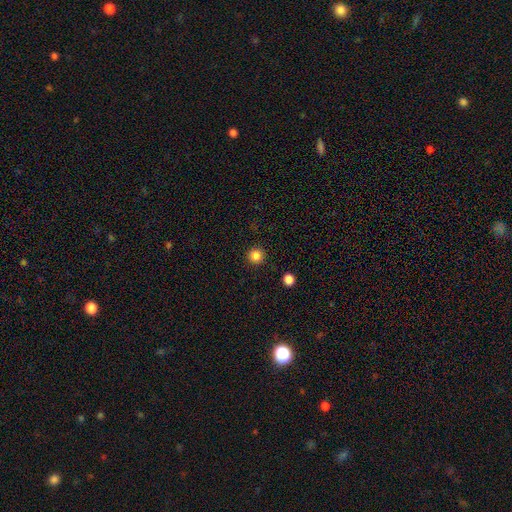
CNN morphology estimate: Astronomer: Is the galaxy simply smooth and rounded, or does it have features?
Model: smooth — 85%.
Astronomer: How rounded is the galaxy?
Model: round — 96%.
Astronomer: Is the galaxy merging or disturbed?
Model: none — 92%.